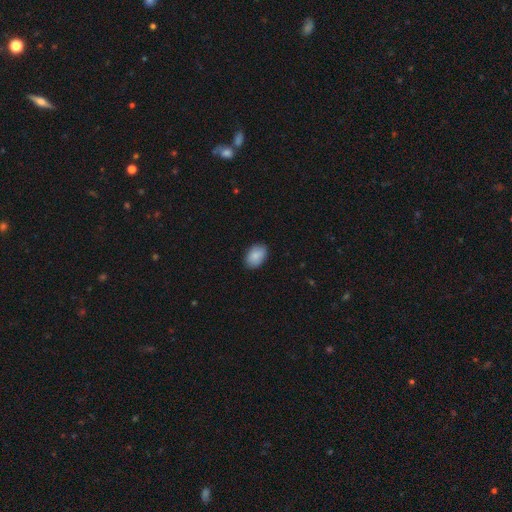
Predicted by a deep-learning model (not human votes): This is clearly a smooth galaxy (87%). How rounded: clearly in between (87%). Merging: clearly none (87%).